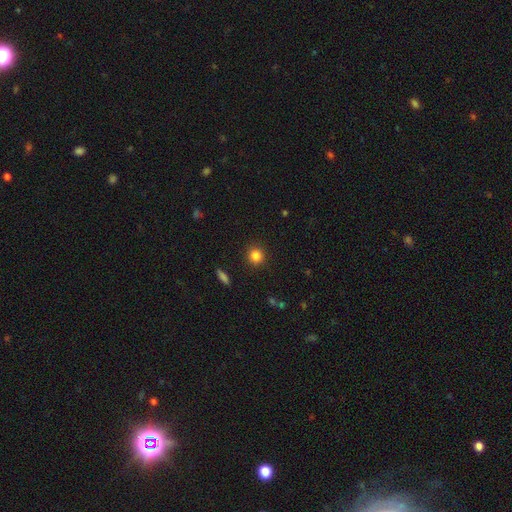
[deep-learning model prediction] Smooth or featured? Predicted: smooth (p=0.84). How rounded? Predicted: round (p=0.90). Merging? Predicted: none (p=0.90).